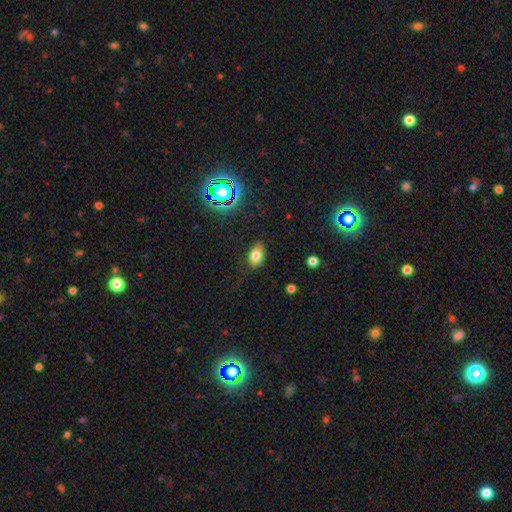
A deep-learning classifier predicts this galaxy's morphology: Smooth or featured?
  - smooth: 76% *
  - star or artifact: 13%
  - featured or disk: 11%
How rounded?
  - in between: 88% *
  - round: 10%
  - cigar-shaped: 2%
Merging?
  - none: 80% *
  - minor disturbance: 15%
  - major disturbance: 4%
  - merger: 1%